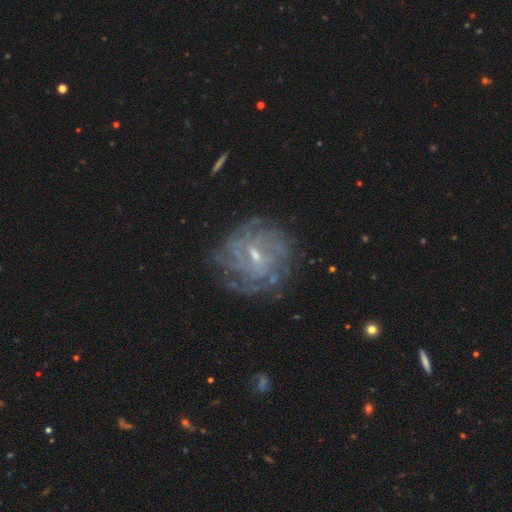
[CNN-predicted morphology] This appears to be a featured or disk galaxy (84%) with a weak bar (61%), tight (69%) spiral arms (92%) and a small central bulge (64%). Merging: none (76%).